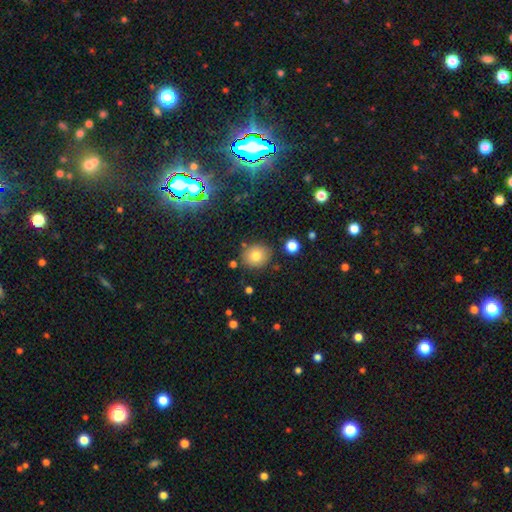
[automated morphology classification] This is likely a smooth galaxy (79%). How rounded: likely round (77%). Merging: clearly none (84%).